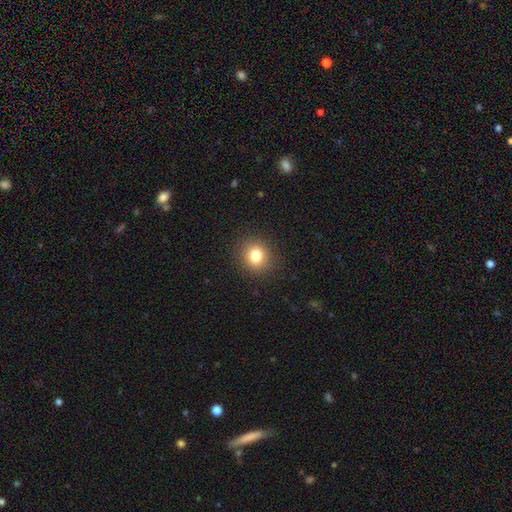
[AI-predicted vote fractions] This appears to be a smooth galaxy with no disk features (80%) that is round (84%). Merging: none (90%).